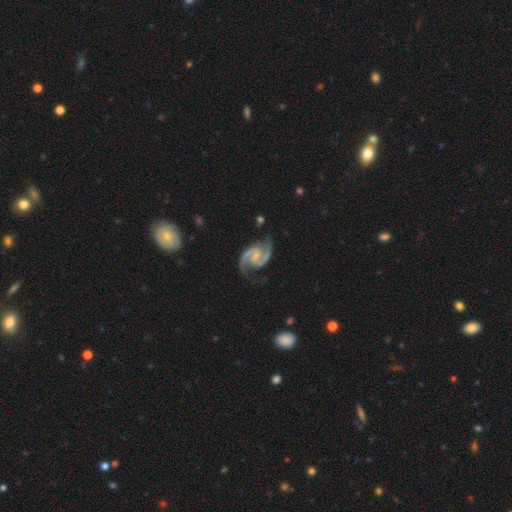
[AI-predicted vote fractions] smooth_or_featured: featured or disk (p=0.94) [alt: star or artifact p=0.04]
disk_edge_on: no (p=0.98) [alt: yes p=0.02]
bar: weak (p=0.51) [alt: no p=0.33]
has_spiral_arms: yes (p=0.99) [alt: no p=0.01]
spiral_winding: medium (p=0.63) [alt: tight p=0.19]
spiral_arm_count: 2 (p=0.94) [alt: can't tell p=0.01]
bulge_size: small (p=0.47) [alt: none p=0.30]
merging: none (p=0.75) [alt: minor disturbance p=0.17]